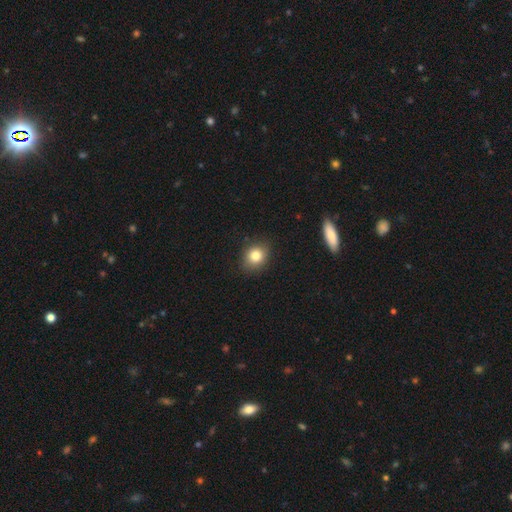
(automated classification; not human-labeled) Overall: smooth (82%). How rounded: round (63%; in between 36%). Merging: none (85%).